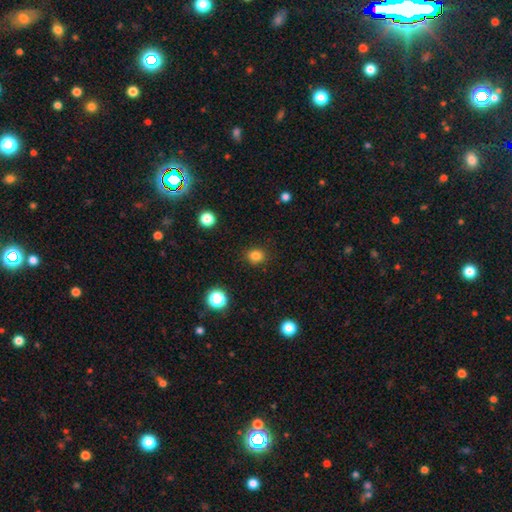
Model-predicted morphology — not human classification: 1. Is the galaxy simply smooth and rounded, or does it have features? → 83% smooth, 13% star or artifact, 4% featured or disk.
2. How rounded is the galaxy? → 76% round, 23% in between, 1% cigar-shaped.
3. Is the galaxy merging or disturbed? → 89% none, 8% minor disturbance, 2% major disturbance, 1% merger.